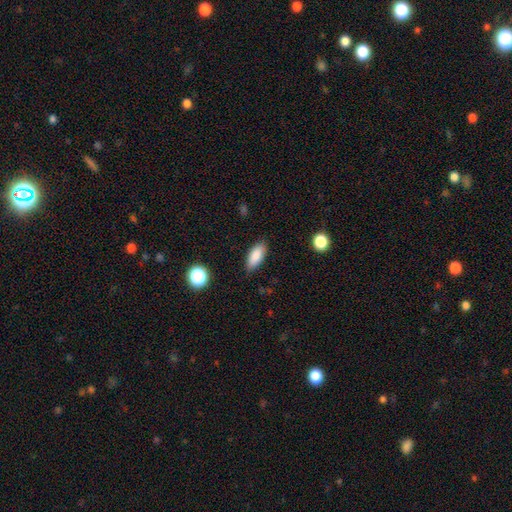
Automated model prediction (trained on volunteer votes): Q: Smooth or featured?
A: smooth (86%); runner-up: star or artifact (7%)
Q: How rounded?
A: in between (83%); runner-up: cigar-shaped (15%)
Q: Merging?
A: none (84%); runner-up: minor disturbance (12%)